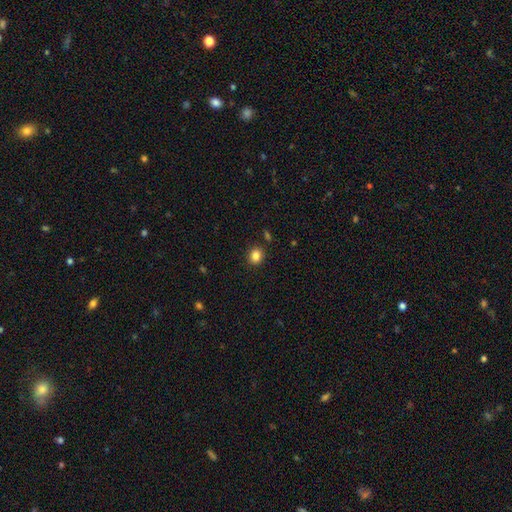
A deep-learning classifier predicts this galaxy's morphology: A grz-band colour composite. It shows a smooth galaxy with no disk features (85%) that is round (63%). Merging: none (88%).